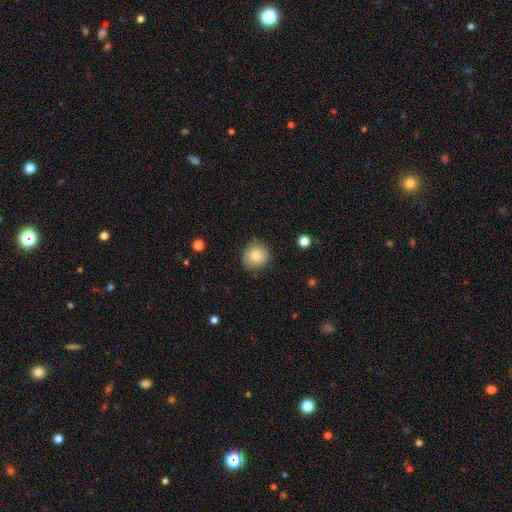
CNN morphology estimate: A smooth galaxy with no disk features (81%) that is round (90%).

Vote fractions:
- Smooth or featured? smooth: 81% / featured or disk: 11% / star or artifact: 9%
- How rounded? round: 90% / in between: 9% / cigar-shaped: 1%
- Merging? none: 84% / minor disturbance: 12% / major disturbance: 3% / merger: 1%